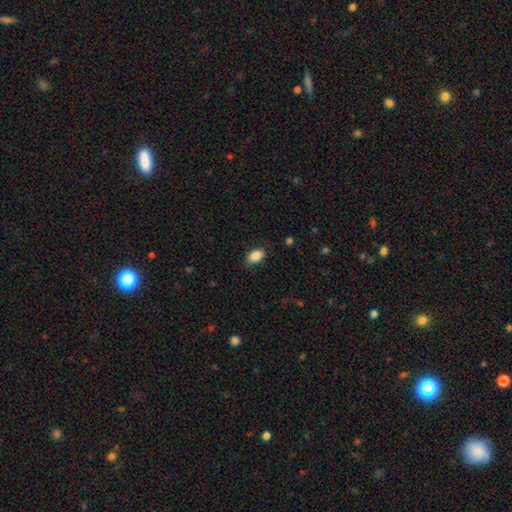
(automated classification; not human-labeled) The model was most divided on "merging": none: 80%, minor disturbance: 16%, major disturbance: 3%, merger: 1%. More confident: smooth or featured — smooth (88%); how rounded — in between (86%).